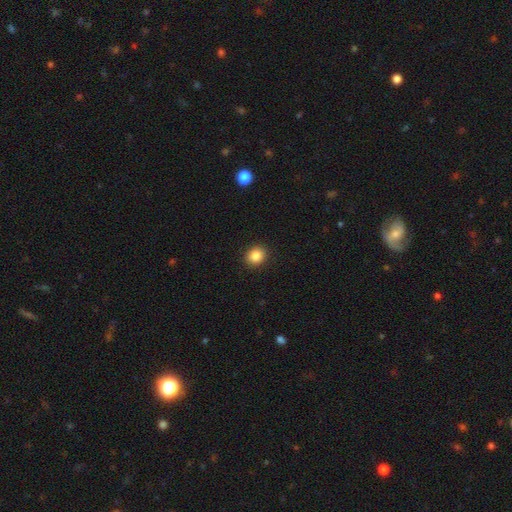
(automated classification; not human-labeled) This appears to be a smooth galaxy with no disk features (86%) that is round (71%). Merging: none (91%).